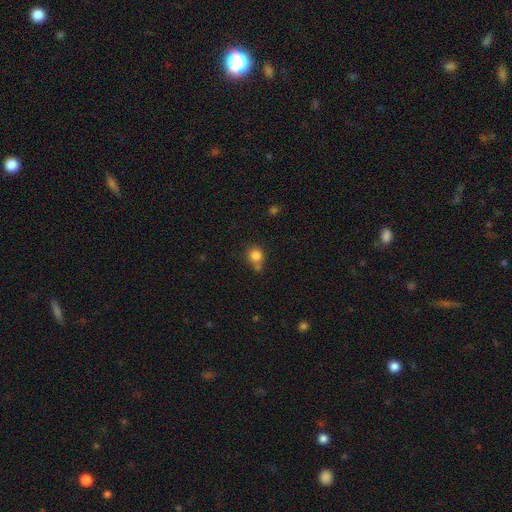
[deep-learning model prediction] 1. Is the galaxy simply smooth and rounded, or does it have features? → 82% smooth, 11% star or artifact, 7% featured or disk.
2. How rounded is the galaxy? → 80% round, 19% in between, 1% cigar-shaped.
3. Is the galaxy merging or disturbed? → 55% none, 21% merger, 18% minor disturbance, 6% major disturbance.